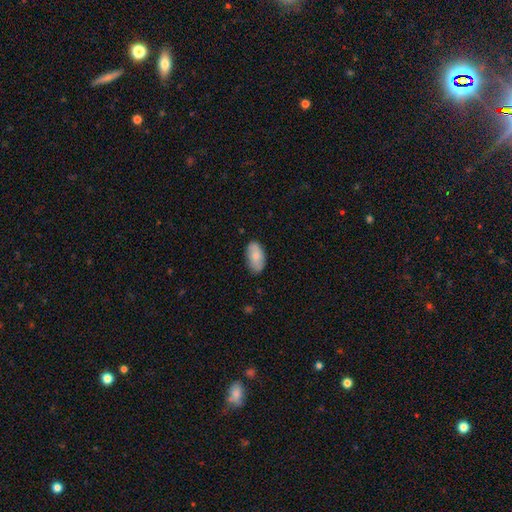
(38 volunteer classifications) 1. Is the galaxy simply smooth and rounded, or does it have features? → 74% smooth, 18% featured or disk, 8% star or artifact.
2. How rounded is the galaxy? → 89% in between, 7% round, 4% cigar-shaped.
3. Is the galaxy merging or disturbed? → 74% none, 20% minor disturbance, 6% major disturbance, 0% merger.